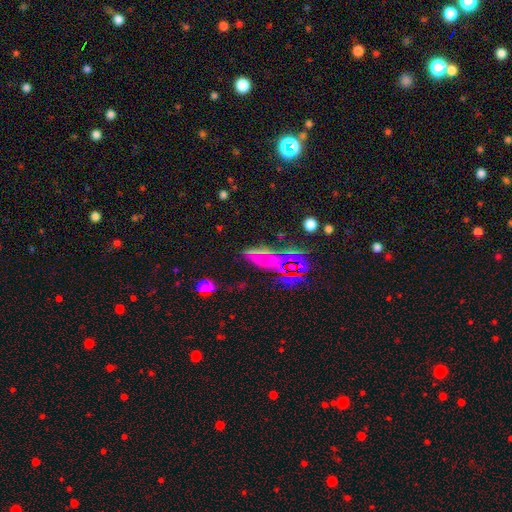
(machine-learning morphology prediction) type=smooth (49%); merging=none (66%).